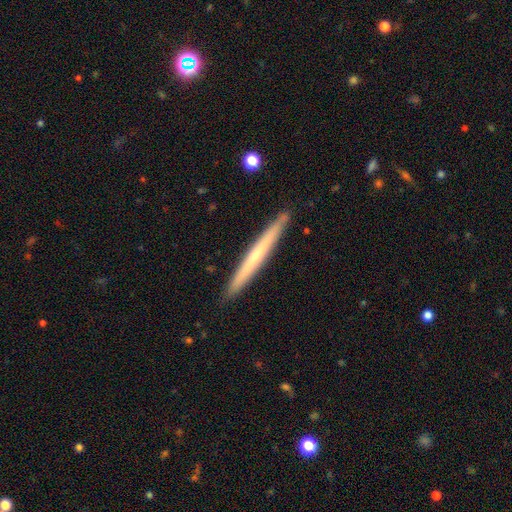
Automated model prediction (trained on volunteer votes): Smooth or featured? Predicted: smooth (p=0.49). Merging? Predicted: none (p=0.90).